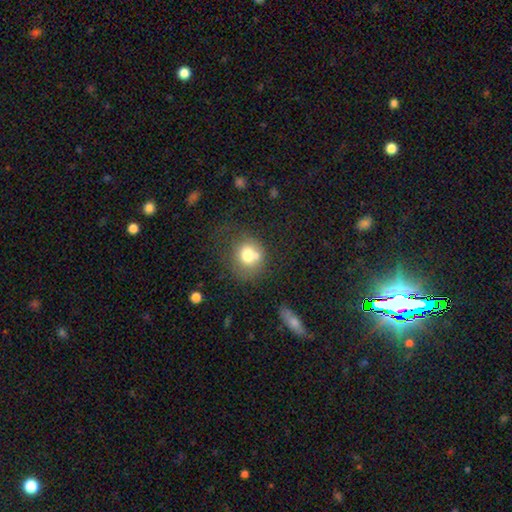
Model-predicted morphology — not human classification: This is likely a smooth galaxy (71%). How rounded: likely round (77%). Merging: marginally none (44%).